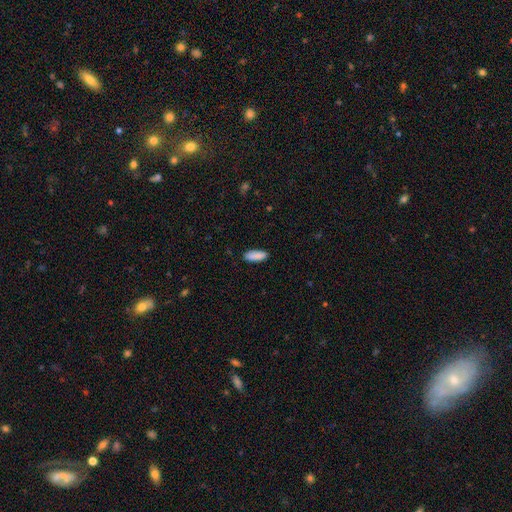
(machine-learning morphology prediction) A smooth galaxy with no disk features (90%) that is in between round and cigar-shaped (66%). Merging: none (88%).